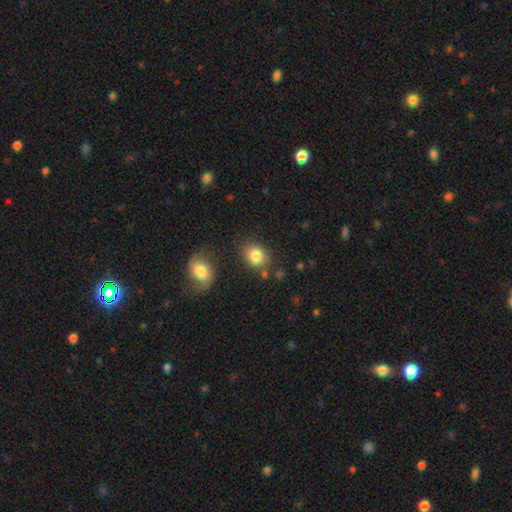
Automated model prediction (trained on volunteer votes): smooth_or_featured: smooth (p=0.84) [alt: star or artifact p=0.08]
how_rounded: in between (p=0.51) [alt: round p=0.48]
merging: none (p=0.76) [alt: minor disturbance p=0.12]